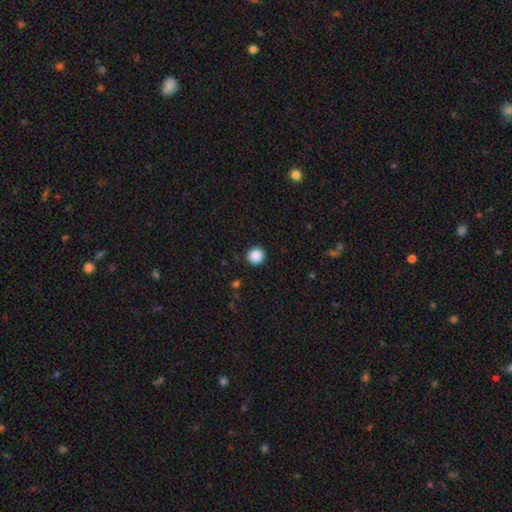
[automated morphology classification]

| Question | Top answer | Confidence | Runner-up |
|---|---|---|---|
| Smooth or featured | smooth | 88% | star or artifact (9%) |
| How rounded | round | 94% | in between (5%) |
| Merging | none | 92% | minor disturbance (5%) |